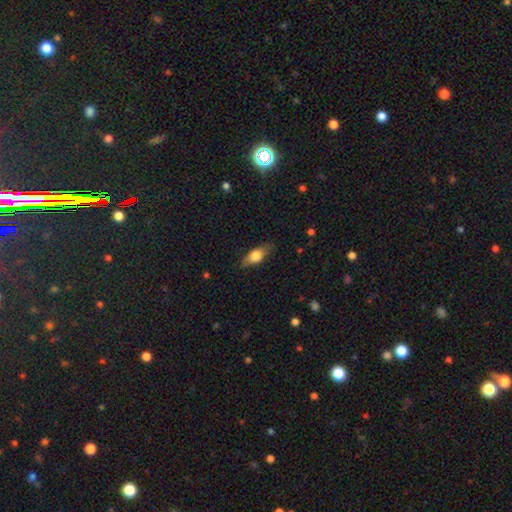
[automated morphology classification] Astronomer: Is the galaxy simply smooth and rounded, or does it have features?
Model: smooth — 63%.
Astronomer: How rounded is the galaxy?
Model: in between — 71%.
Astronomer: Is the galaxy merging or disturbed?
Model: none — 81%.